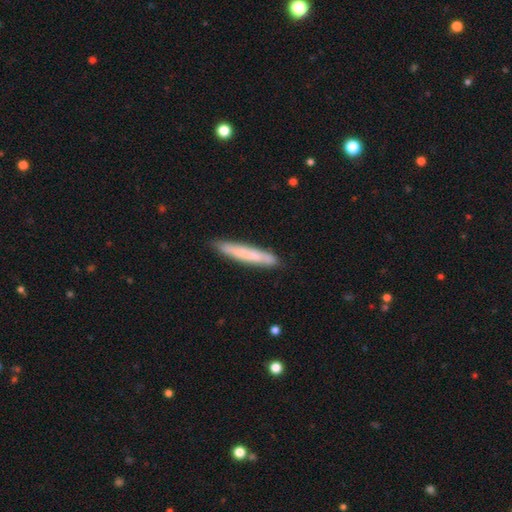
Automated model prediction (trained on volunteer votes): Overall: smooth (70%). How rounded: cigar-shaped (93%). Merging: none (84%).